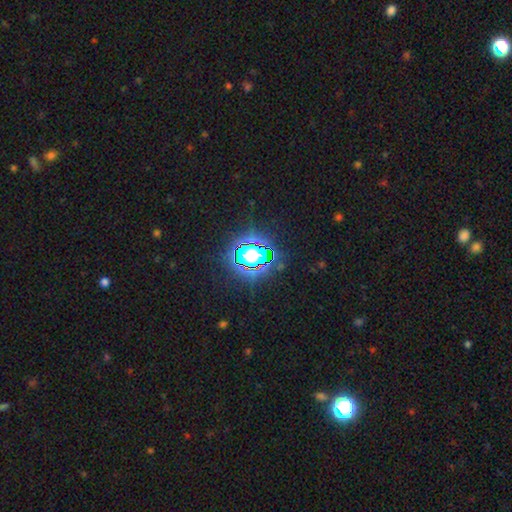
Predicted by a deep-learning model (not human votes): Smooth or featured? Predicted: star or artifact (p=0.76).